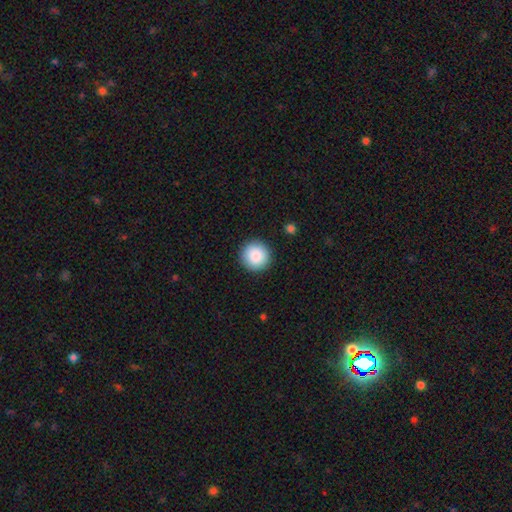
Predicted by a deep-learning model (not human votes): Smooth or featured: smooth — 88% (star or artifact — 8%)
How rounded: round — 96% (in between — 3%)
Merging: none — 92% (minor disturbance — 5%)